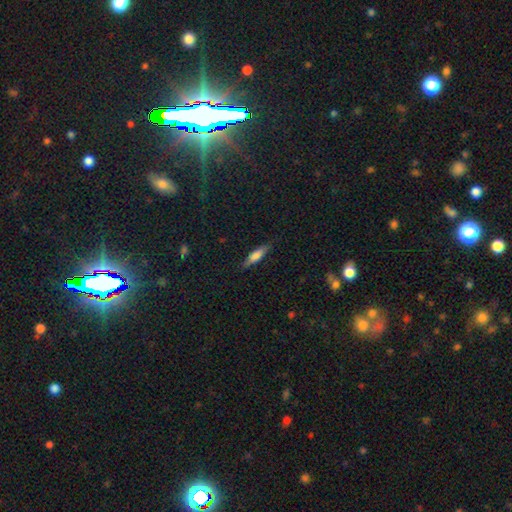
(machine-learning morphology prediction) This is likely a smooth galaxy (67%). How rounded: likely cigar-shaped (72%). Merging: clearly none (83%).